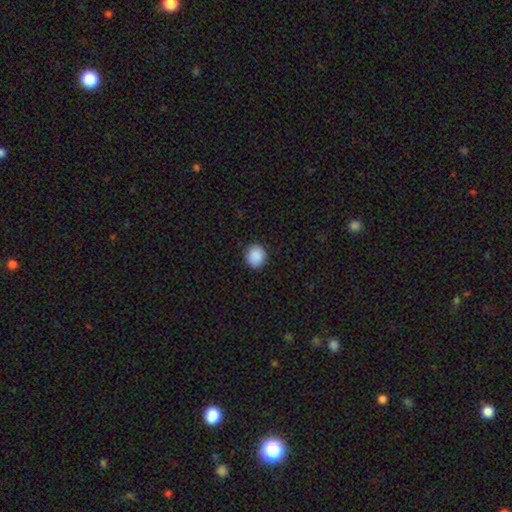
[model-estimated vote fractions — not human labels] A smooth galaxy with no disk features (90%) that is round (85%). Merging: none (89%).